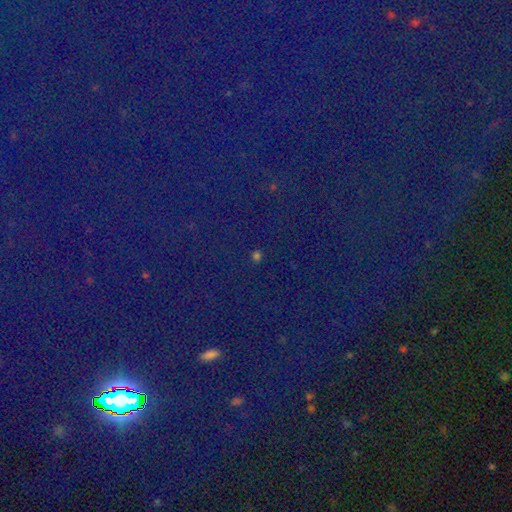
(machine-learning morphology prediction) This is clearly a star or artifact rather than a galaxy (81%).